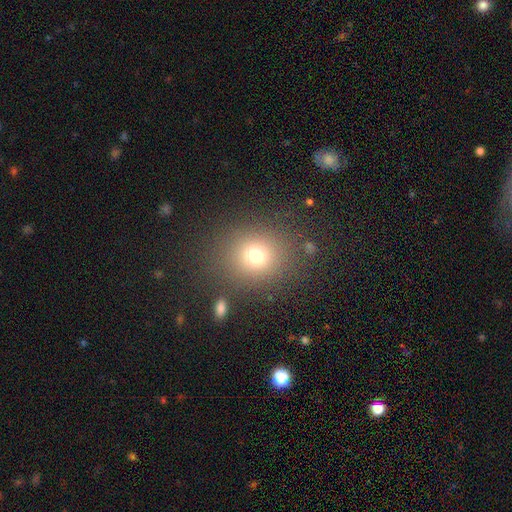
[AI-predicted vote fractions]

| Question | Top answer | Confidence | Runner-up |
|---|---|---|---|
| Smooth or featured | smooth | 73% | star or artifact (18%) |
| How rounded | round | 79% | in between (20%) |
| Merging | none | 82% | minor disturbance (9%) |